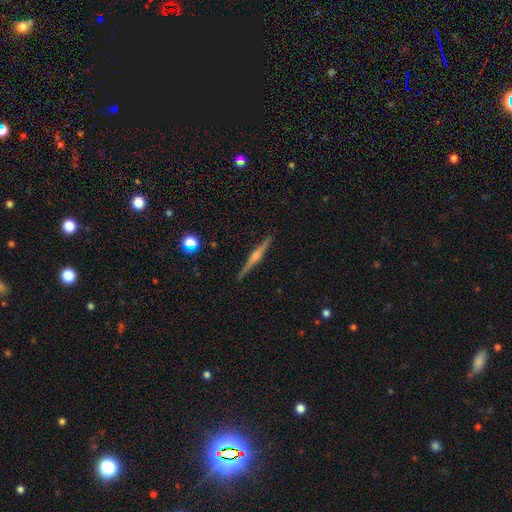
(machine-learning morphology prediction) smooth-or-featured: featured or disk: 80% | smooth: 14% | star or artifact: 6%
  disk-edge-on: yes: 98% | no: 2%
    edge-on-bulge: rounded: 86% | boxy: 8% | none: 7%
  merging: none: 92% | minor disturbance: 6% | major disturbance: 1% | merger: 1%